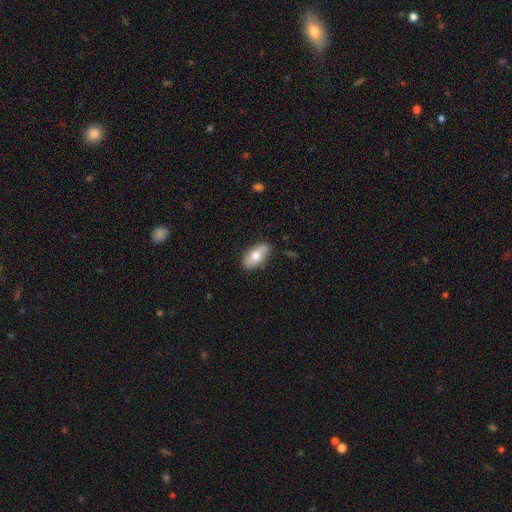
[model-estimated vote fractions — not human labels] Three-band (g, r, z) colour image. It shows a smooth galaxy with no disk features (68%) that is in between round and cigar-shaped (91%). Merging: none (78%).